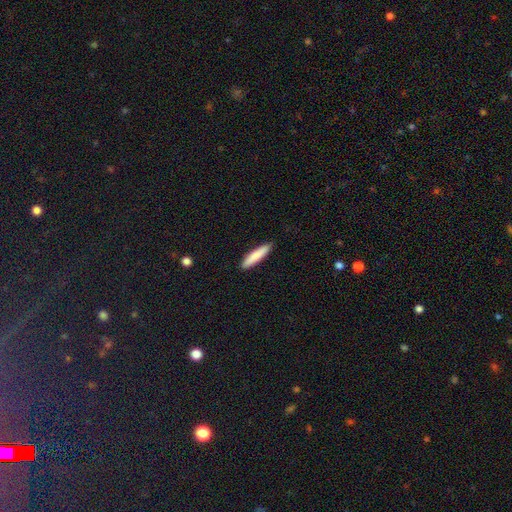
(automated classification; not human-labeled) smooth_or_featured: smooth (p=0.82) [alt: featured or disk p=0.13]
how_rounded: cigar-shaped (p=0.84) [alt: in between p=0.15]
merging: none (p=0.89) [alt: minor disturbance p=0.08]